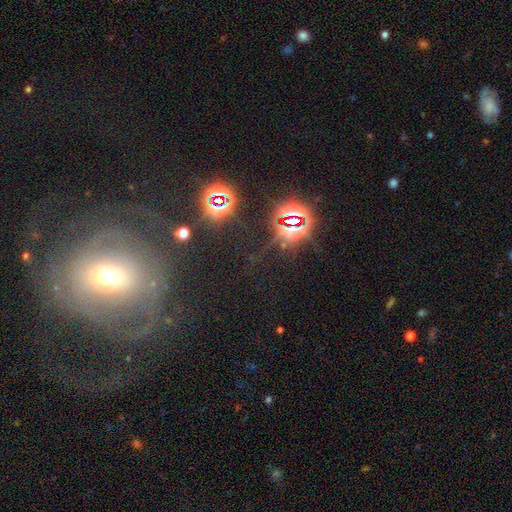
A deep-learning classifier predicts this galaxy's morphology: This is possibly a star or artifact rather than a galaxy (48%).